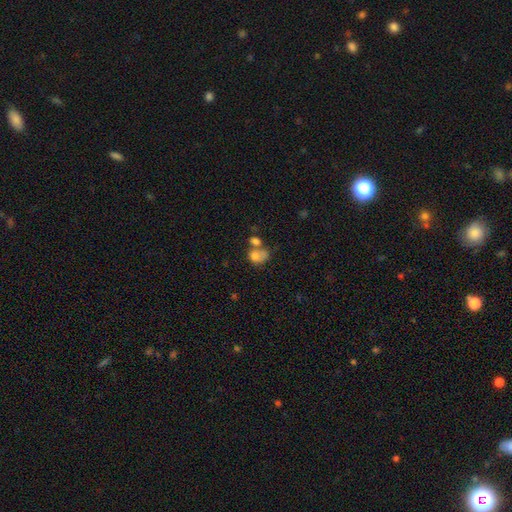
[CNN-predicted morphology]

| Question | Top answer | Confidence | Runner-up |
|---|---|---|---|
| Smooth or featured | smooth | 74% | featured or disk (15%) |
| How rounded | in between | 57% | round (42%) |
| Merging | merger | 54% | none (22%) |